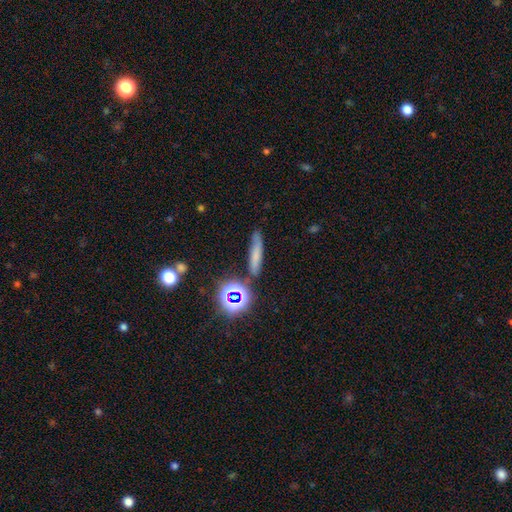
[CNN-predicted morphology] Q: Smooth or featured?
A: smooth (59%); runner-up: star or artifact (21%)
Q: How rounded?
A: cigar-shaped (77%); runner-up: in between (13%)
Q: Merging?
A: none (75%); runner-up: minor disturbance (15%)